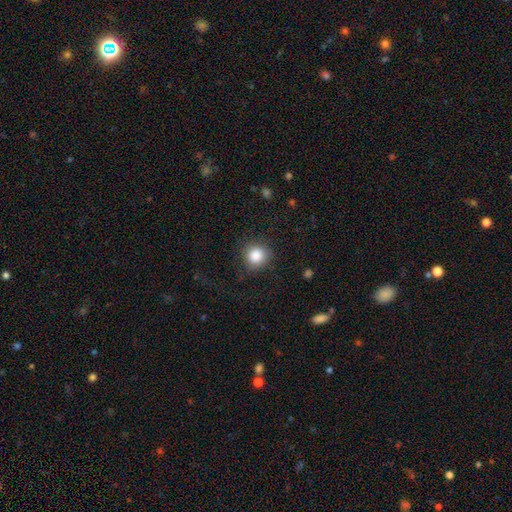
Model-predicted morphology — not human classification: A smooth galaxy with no disk features (86%) that is round (89%).

Vote fractions:
- Smooth or featured? smooth: 86% / star or artifact: 9% / featured or disk: 5%
- How rounded? round: 89% / in between: 11% / cigar-shaped: 1%
- Merging? none: 82% / minor disturbance: 12% / major disturbance: 5% / merger: 1%